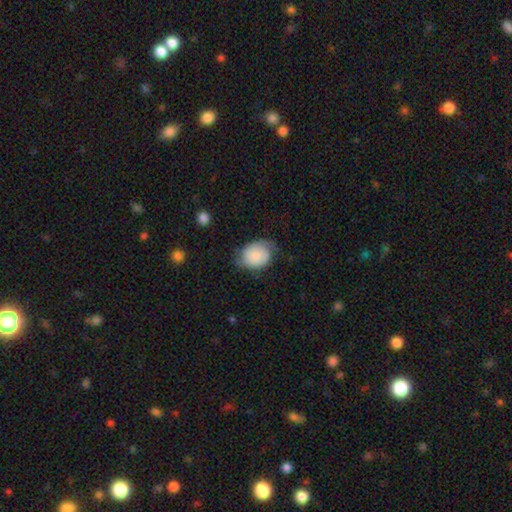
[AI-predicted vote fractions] The model was most divided on "how rounded": in between: 56%, round: 43%, cigar-shaped: 1%. More confident: smooth or featured — smooth (65%); merging — none (52%).